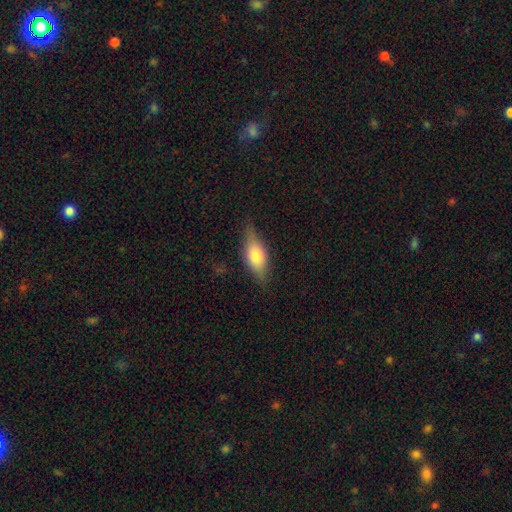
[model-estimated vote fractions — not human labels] Morphology: type=smooth (66%); roundness=in between (77%); merging=none (73%).